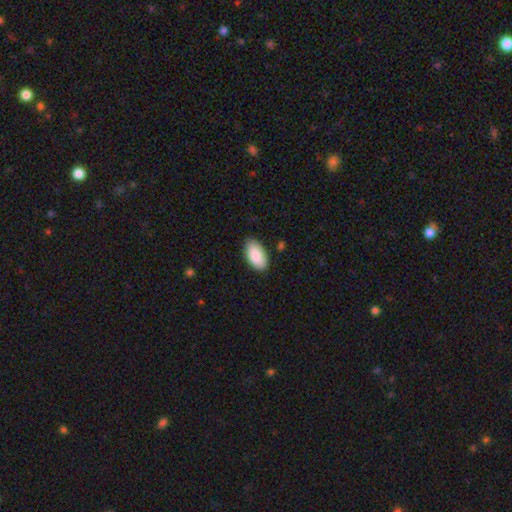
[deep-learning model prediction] Smooth or featured? Predicted: smooth (p=0.88). How rounded? Predicted: in between (p=0.96). Merging? Predicted: none (p=0.84).